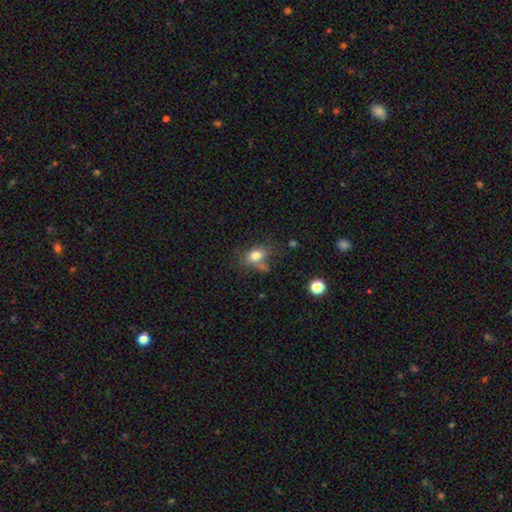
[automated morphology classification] smooth 77%, featured or disk 12%, star or artifact 11%. Down the decision tree: how rounded — in between (71%); merging — none (53%).